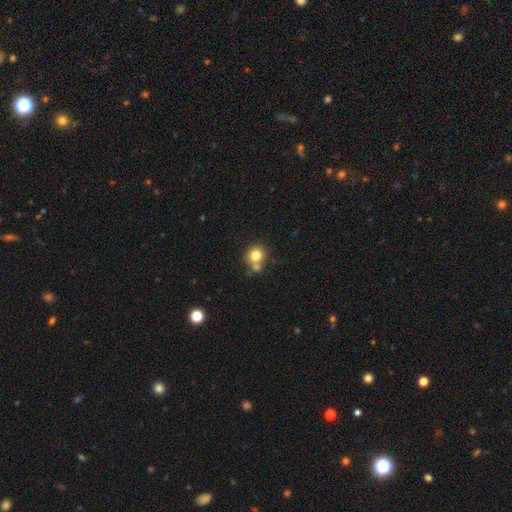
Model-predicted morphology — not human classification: Smooth or featured? smooth (79%)
How rounded? round (87%)
Merging? none (57%)